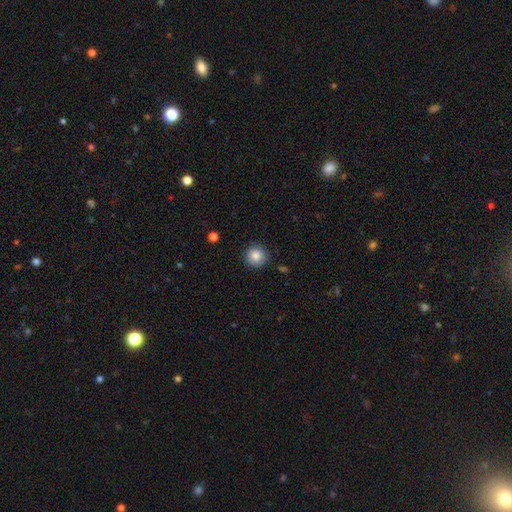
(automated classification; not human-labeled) smooth 86%, star or artifact 9%, featured or disk 5%. Down the decision tree: how rounded — round (94%); merging — none (89%).